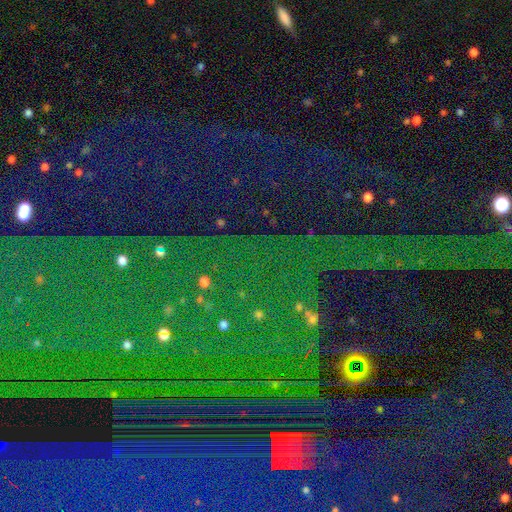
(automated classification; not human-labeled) Q: Smooth or featured?
A: star or artifact (85%); runner-up: featured or disk (8%)